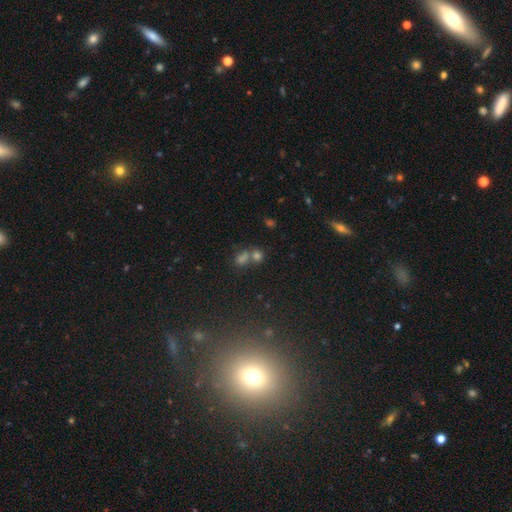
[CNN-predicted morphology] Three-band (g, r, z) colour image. It shows a smooth galaxy with no disk features (53%) that is round (60%). Merging: none (45%).